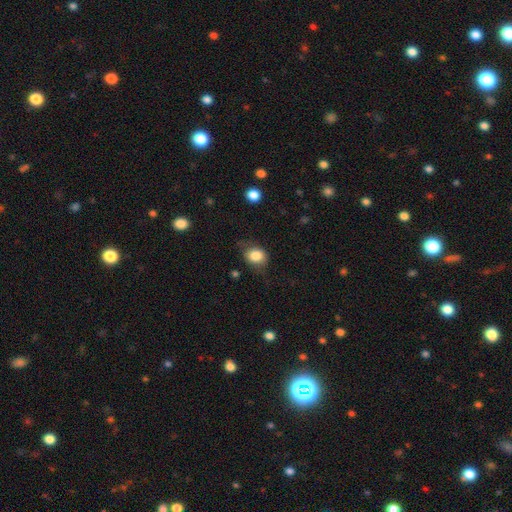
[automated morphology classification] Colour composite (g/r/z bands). It shows a smooth galaxy with no disk features (82%) that is in between round and cigar-shaped (56%). Merging: none (63%).